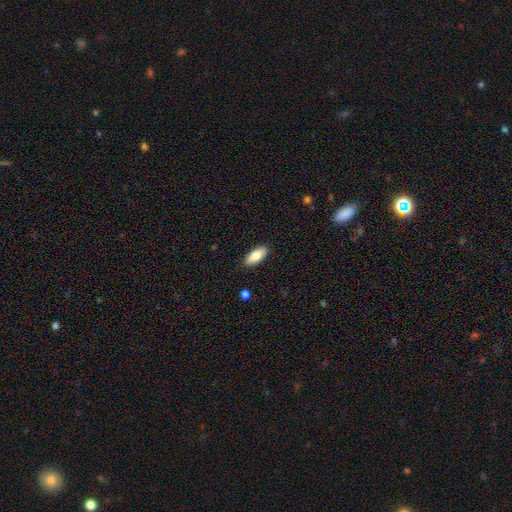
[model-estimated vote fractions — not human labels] smooth_or_featured: smooth (p=0.80) [alt: featured or disk p=0.14]
how_rounded: in between (p=0.83) [alt: cigar-shaped p=0.15]
merging: none (p=0.89) [alt: minor disturbance p=0.08]